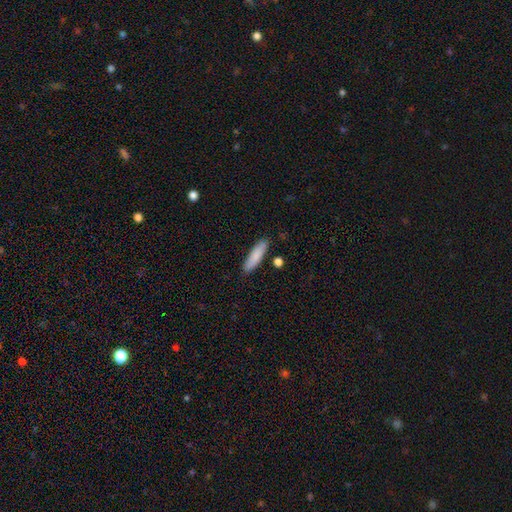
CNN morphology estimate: Overall: smooth (84%). How rounded: cigar-shaped (71%). Merging: none (86%).